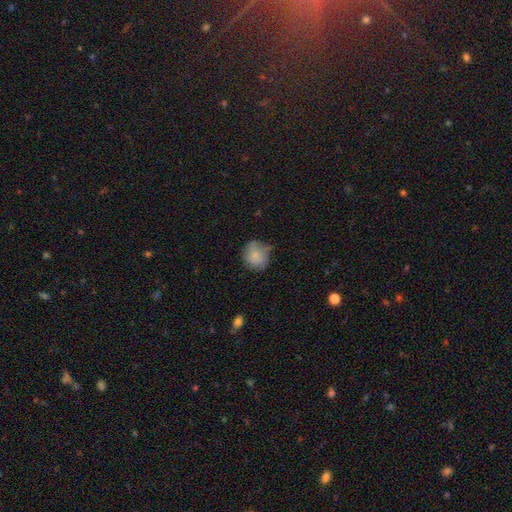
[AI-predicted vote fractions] This appears to be a smooth galaxy with no disk features (77%) that is round (84%). Merging: none (61%).